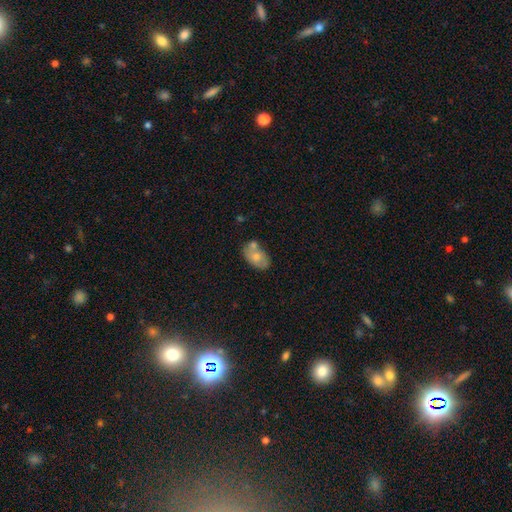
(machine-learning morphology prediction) smooth 66%, featured or disk 28%, star or artifact 7%. Down the decision tree: how rounded — in between (89%); merging — none (48%).